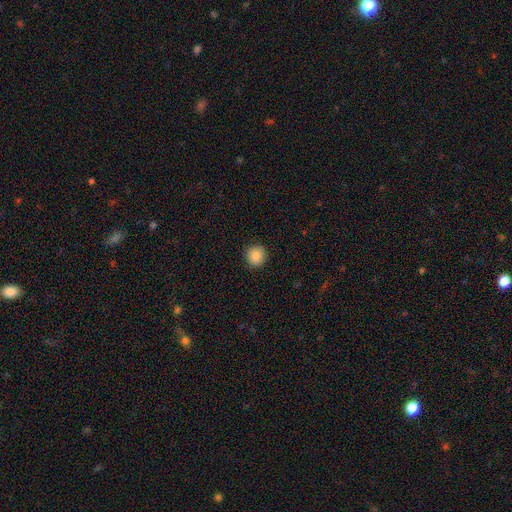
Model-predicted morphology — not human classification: A smooth galaxy with no disk features (88%) that is round (91%). Merging: none (91%).